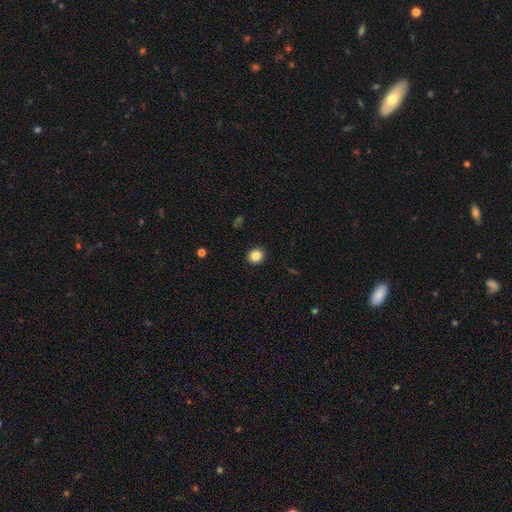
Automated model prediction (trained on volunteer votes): smooth 84%, star or artifact 10%, featured or disk 6%. Down the decision tree: how rounded — round (85%); merging — none (92%).